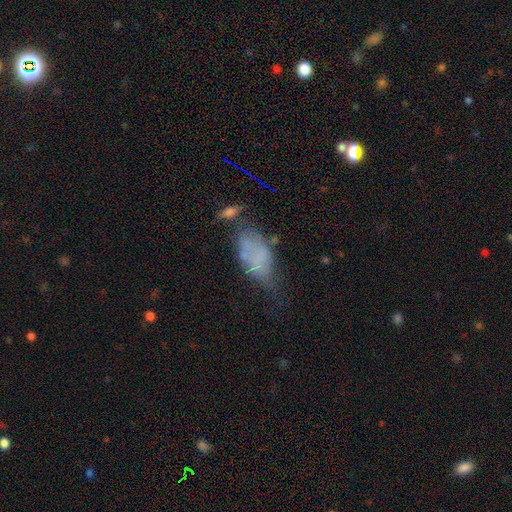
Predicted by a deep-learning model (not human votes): A smooth galaxy with no disk features (52%) that is in between round and cigar-shaped (89%).

Vote fractions:
- Smooth or featured? smooth: 52% / featured or disk: 36% / star or artifact: 13%
- How rounded? in between: 89% / cigar-shaped: 6% / round: 5%
- Merging? major disturbance: 31% / minor disturbance: 30% / none: 26% / merger: 14%